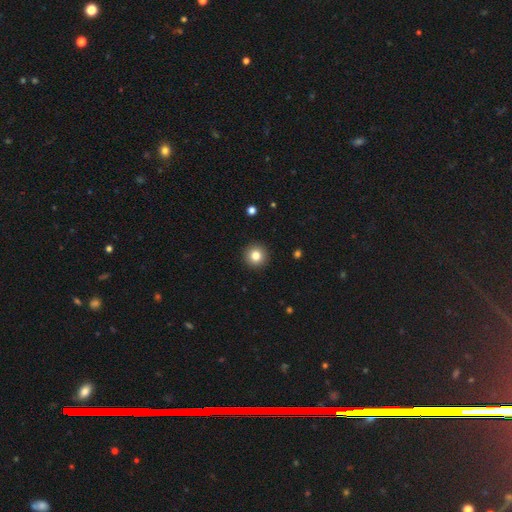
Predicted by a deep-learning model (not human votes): smooth_or_featured: smooth (p=0.82) [alt: star or artifact p=0.10]
how_rounded: round (p=0.96) [alt: in between p=0.03]
merging: none (p=0.93) [alt: minor disturbance p=0.04]